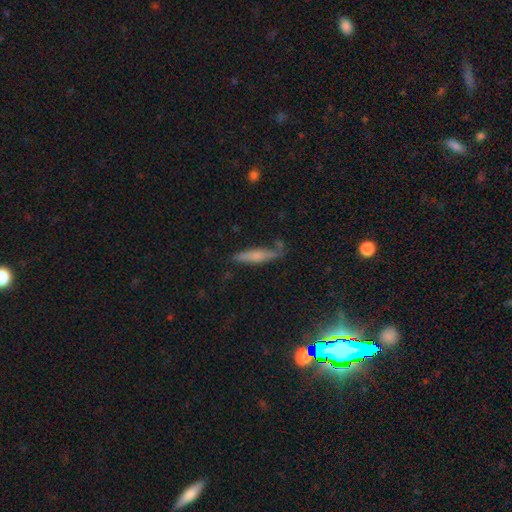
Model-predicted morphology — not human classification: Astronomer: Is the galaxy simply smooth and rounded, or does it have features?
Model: smooth — 56% (runner-up: featured or disk, 34%).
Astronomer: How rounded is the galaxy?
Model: cigar-shaped — 86%.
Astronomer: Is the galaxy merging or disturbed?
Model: none — 67%.